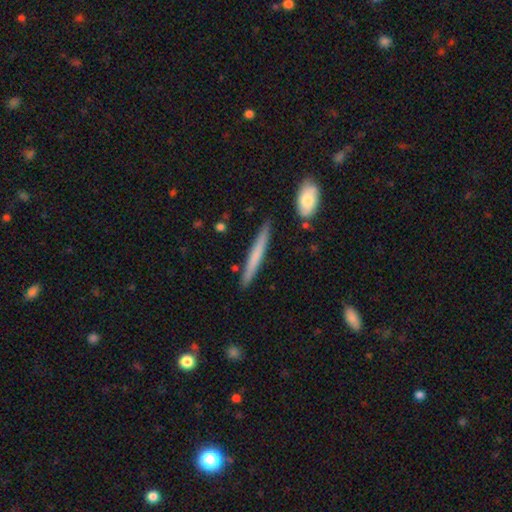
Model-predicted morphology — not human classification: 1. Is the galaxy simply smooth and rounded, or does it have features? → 60% smooth, 34% featured or disk, 6% star or artifact.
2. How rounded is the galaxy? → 96% cigar-shaped, 3% in between, 1% round.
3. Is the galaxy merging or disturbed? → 88% none, 8% minor disturbance, 2% merger, 1% major disturbance.